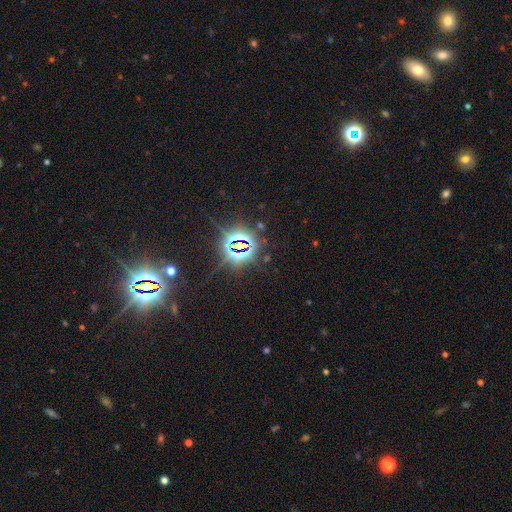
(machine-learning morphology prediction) A star or artifact, not a galaxy (84%).